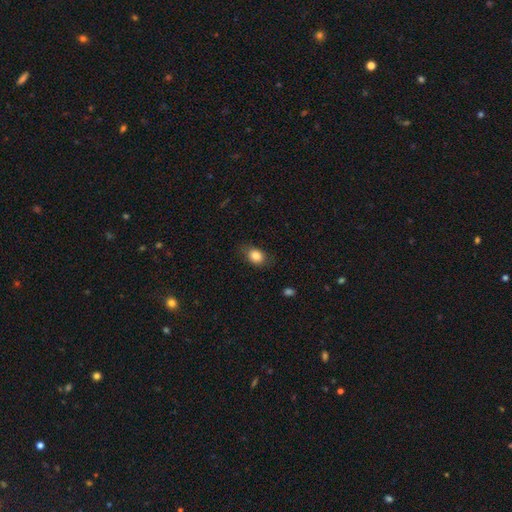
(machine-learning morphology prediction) Overall: smooth (84%). How rounded: in between (63%; round 36%). Merging: none (74%).